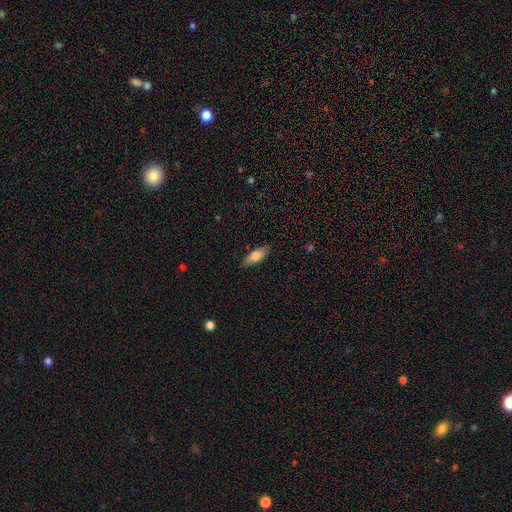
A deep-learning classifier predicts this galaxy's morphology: This appears to be a smooth galaxy with no disk features (71%) that is in between round and cigar-shaped (73%). Merging: none (86%).